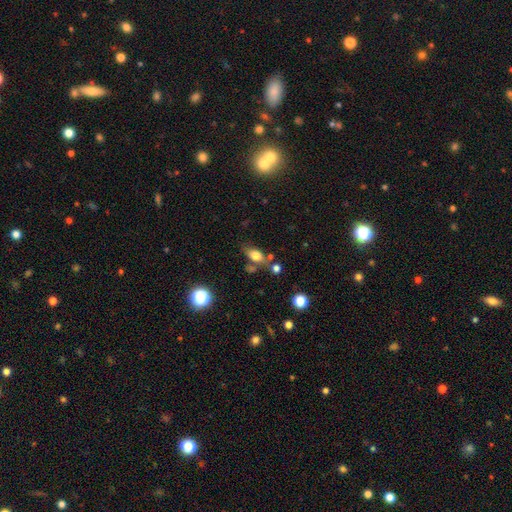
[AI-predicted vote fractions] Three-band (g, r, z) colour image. It shows a smooth galaxy with no disk features (71%) that is in between round and cigar-shaped (77%). Merging: none (57%).